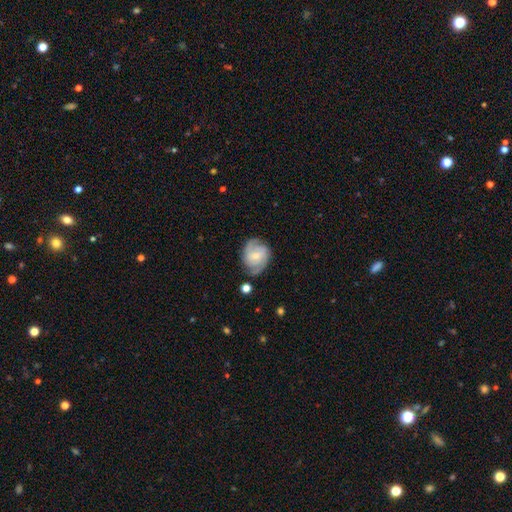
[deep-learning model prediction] featured or disk 77%, smooth 17%, star or artifact 6%. Down the decision tree: edge-on disk — no (98%); bar — weak (49%); spiral arms — yes (94%); spiral arm count — 2 (55%); spiral winding — tight (46%); bulge size — small (59%); merging — none (70%).